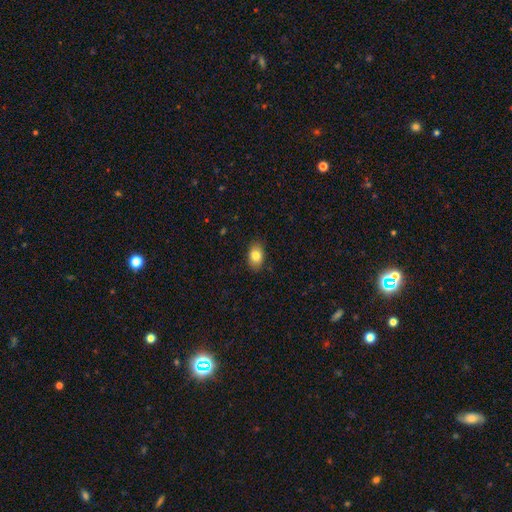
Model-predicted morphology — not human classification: A smooth galaxy with no disk features (83%) that is in between round and cigar-shaped (82%).

Vote fractions:
- Smooth or featured? smooth: 83% / featured or disk: 9% / star or artifact: 8%
- How rounded? in between: 82% / round: 16% / cigar-shaped: 1%
- Merging? none: 86% / minor disturbance: 11% / major disturbance: 2% / merger: 1%